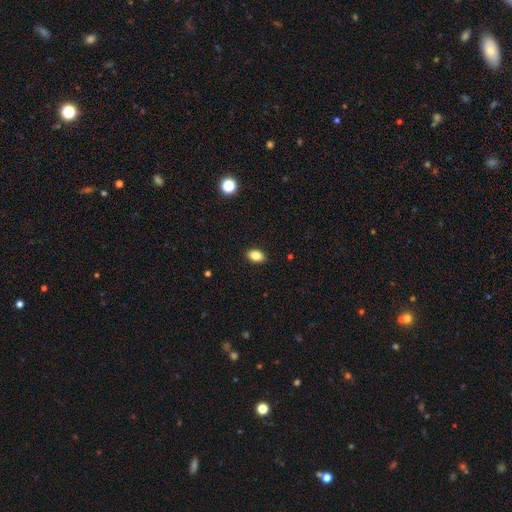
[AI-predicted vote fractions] smooth_or_featured: smooth (p=0.83) [alt: star or artifact p=0.09]
how_rounded: in between (p=0.87) [alt: round p=0.11]
merging: none (p=0.90) [alt: minor disturbance p=0.08]